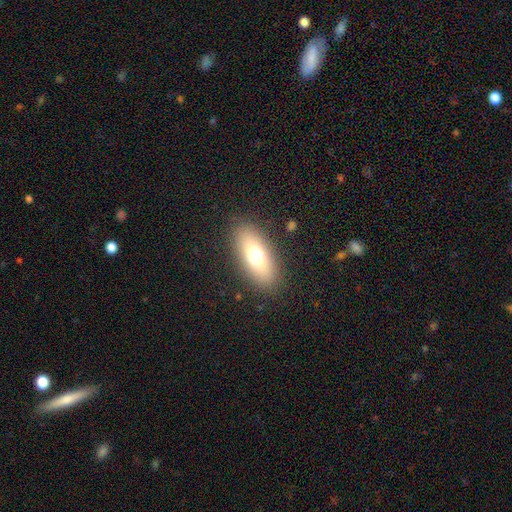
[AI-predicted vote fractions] A smooth galaxy with no disk features (66%) that is in between round and cigar-shaped (79%).

Vote fractions:
- Smooth or featured? smooth: 66% / featured or disk: 23% / star or artifact: 11%
- How rounded? in between: 79% / cigar-shaped: 13% / round: 8%
- Merging? none: 86% / minor disturbance: 8% / major disturbance: 4% / merger: 1%